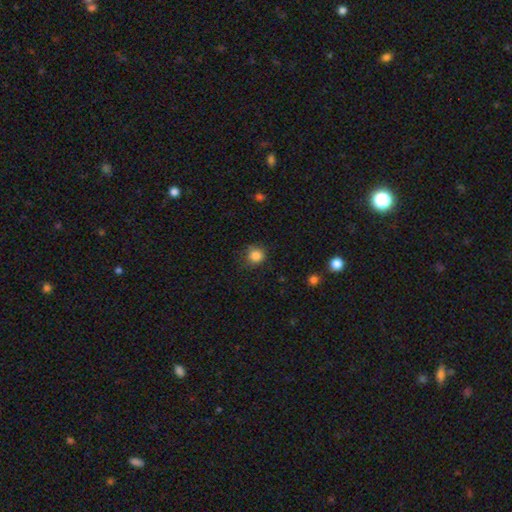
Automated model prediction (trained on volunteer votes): Morphology: type=smooth (85%); roundness=round (88%); merging=none (77%).